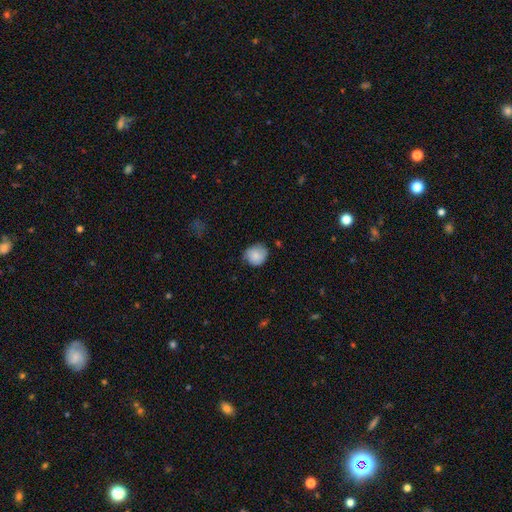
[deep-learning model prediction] A smooth galaxy with no disk features (82%) that is round (79%).

Vote fractions:
- Smooth or featured? smooth: 82% / featured or disk: 11% / star or artifact: 8%
- How rounded? round: 79% / in between: 20% / cigar-shaped: 1%
- Merging? none: 66% / minor disturbance: 28% / major disturbance: 5% / merger: 2%